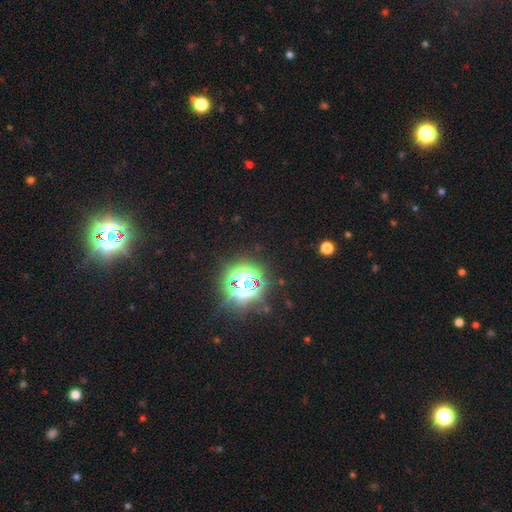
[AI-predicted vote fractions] Smooth or featured? star or artifact (83%)